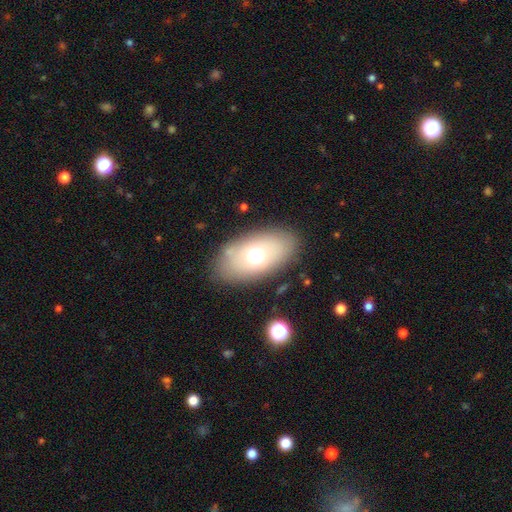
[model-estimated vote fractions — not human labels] Smooth or featured? Predicted: smooth (p=0.62). How rounded? Predicted: in between (p=0.88). Merging? Predicted: none (p=0.82).